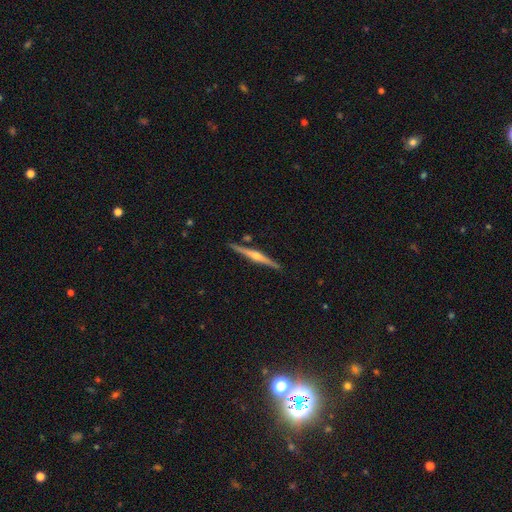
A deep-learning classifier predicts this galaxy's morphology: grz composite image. It shows a featured or disk galaxy (81%) viewed edge-on (98%) with a rounded central bulge (89%). Merging: none (90%).